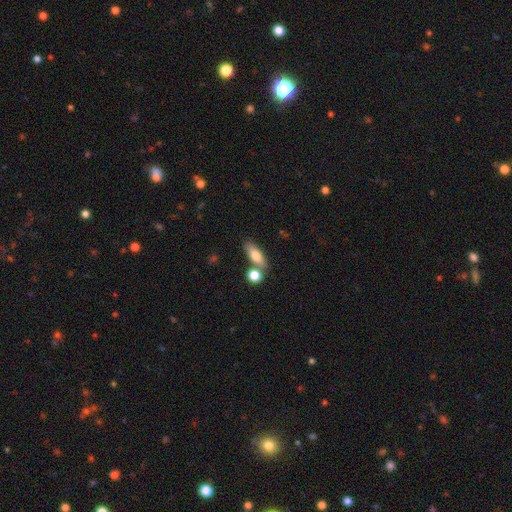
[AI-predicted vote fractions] This appears to be a smooth galaxy with no disk features (72%) that is in between round and cigar-shaped (63%). Merging: none (65%).